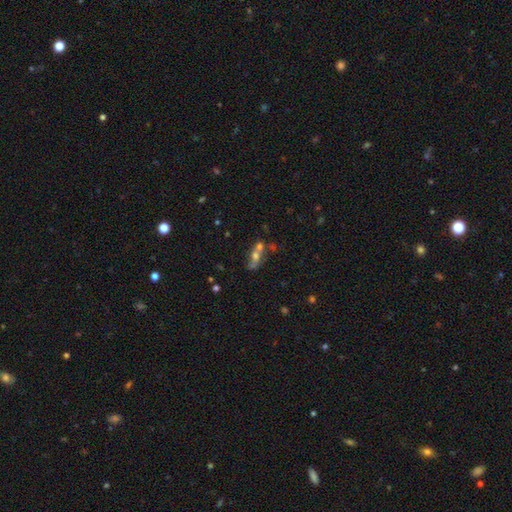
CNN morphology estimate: Q: Smooth or featured?
A: smooth (45%); runner-up: featured or disk (40%)
Q: Merging?
A: merger (45%); runner-up: none (31%)